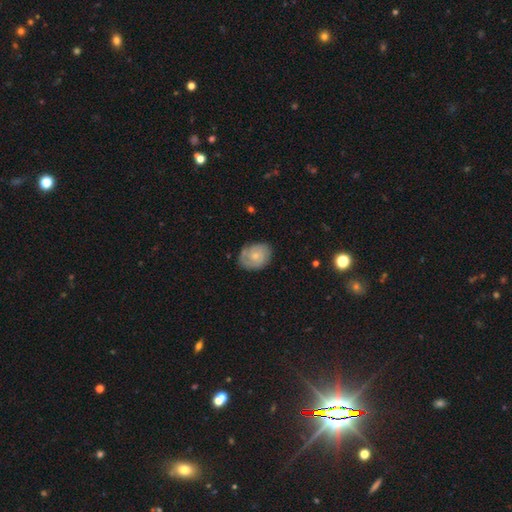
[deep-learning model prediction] featured or disk 54%, smooth 39%, star or artifact 7%. Down the decision tree: edge-on disk — no (97%); bar — no (78%); spiral arms — yes (80%); bulge size — small (61%); merging — none (71%).